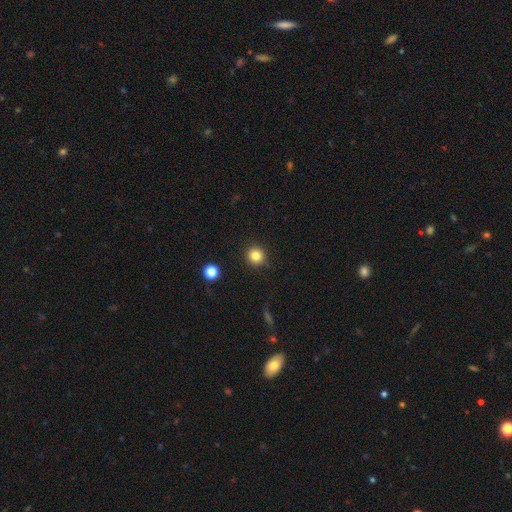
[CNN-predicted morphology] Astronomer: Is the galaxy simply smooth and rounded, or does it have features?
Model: smooth — 83%.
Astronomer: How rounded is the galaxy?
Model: round — 94%.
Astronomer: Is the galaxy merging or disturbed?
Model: none — 91%.